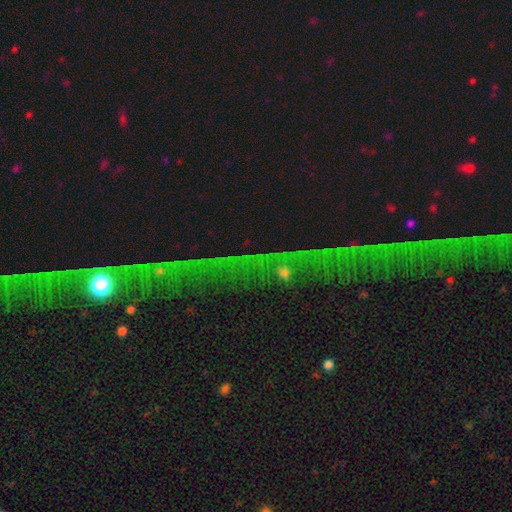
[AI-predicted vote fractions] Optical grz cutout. It shows a star or artifact, not a galaxy (79%).